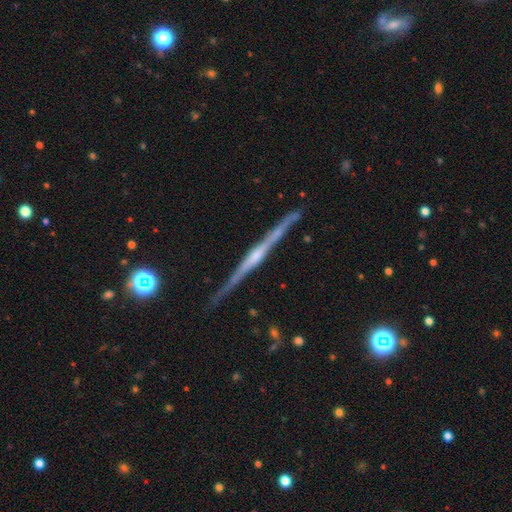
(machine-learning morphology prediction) featured or disk 83%, smooth 11%, star or artifact 6%. Down the decision tree: edge-on disk — yes (98%); edge-on bulge — rounded (61%); merging — none (84%).